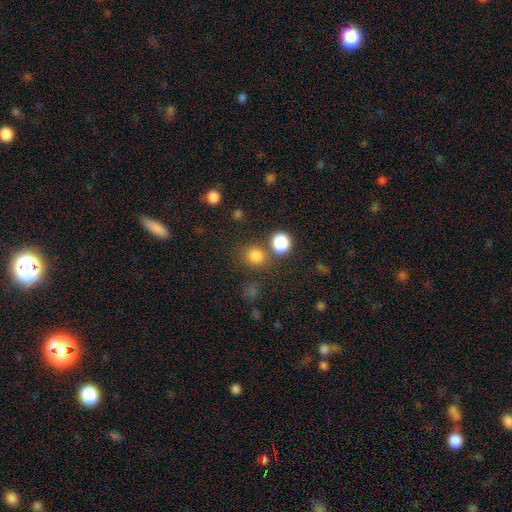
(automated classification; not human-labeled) Morphology: type=smooth (80%); roundness=round (84%); merging=none (73%).